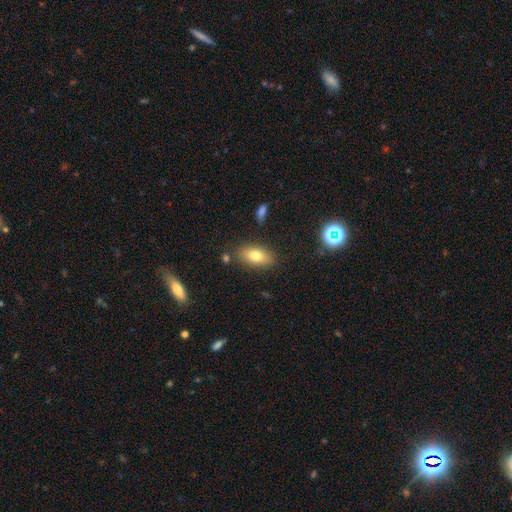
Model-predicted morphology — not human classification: The model was most divided on "smooth or featured": smooth: 77%, featured or disk: 14%, star or artifact: 9%. More confident: how rounded — in between (88%); merging — none (83%).